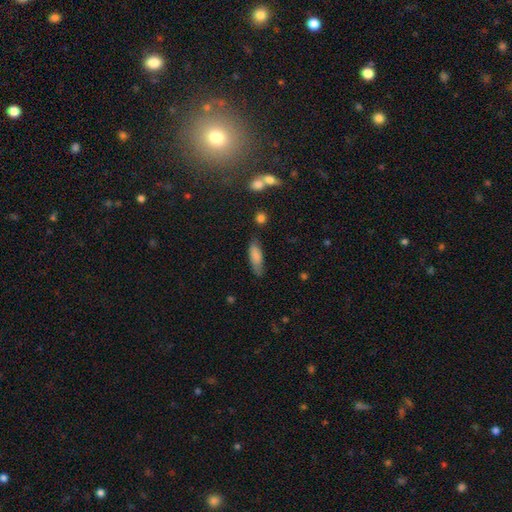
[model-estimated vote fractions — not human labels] This is clearly a smooth galaxy (82%). How rounded: possibly in between (58%). Merging: likely none (66%).